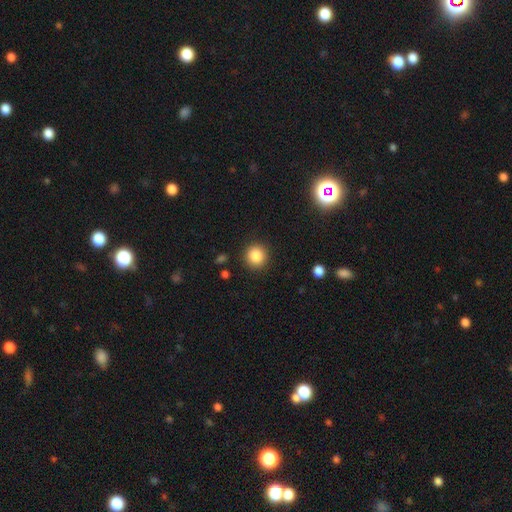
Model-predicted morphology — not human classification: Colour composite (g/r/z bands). It shows a smooth galaxy with no disk features (86%) that is round (93%). Merging: none (90%).